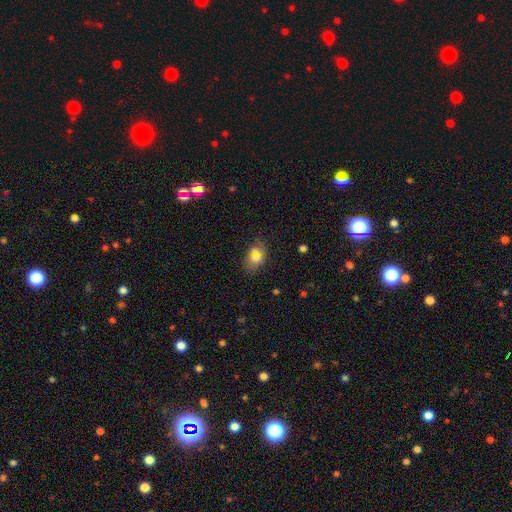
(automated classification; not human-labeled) Morphology: type=smooth (66%); roundness=in between (79%); merging=none (80%).